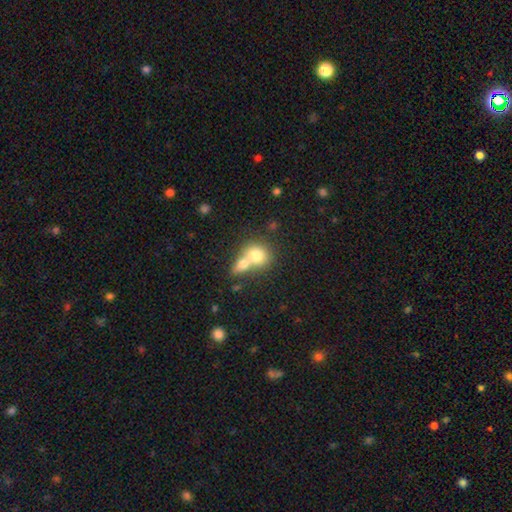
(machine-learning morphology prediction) Overall: smooth (73%). How rounded: round (64%; in between 34%). Merging: merger (66%).